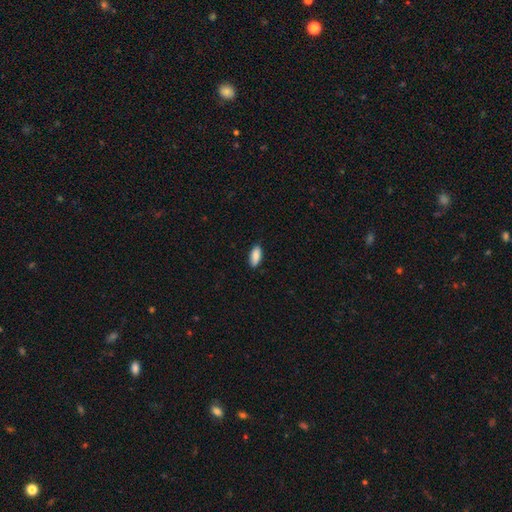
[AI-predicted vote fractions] Overall: smooth (88%). How rounded: in between (84%). Merging: none (87%).